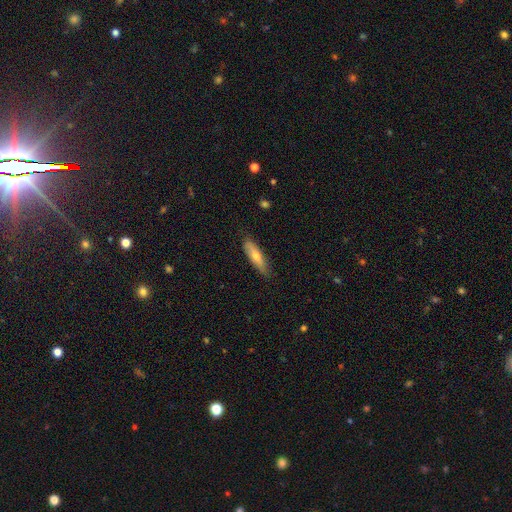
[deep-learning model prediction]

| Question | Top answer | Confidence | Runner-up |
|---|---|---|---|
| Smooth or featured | smooth | 61% | featured or disk (33%) |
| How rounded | cigar-shaped | 62% | in between (36%) |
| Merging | none | 80% | minor disturbance (17%) |